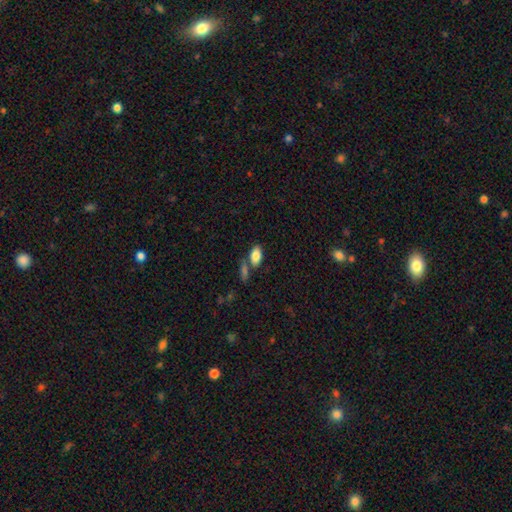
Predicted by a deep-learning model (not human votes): Smooth or featured? smooth (83%)
How rounded? in between (92%)
Merging? none (63%)